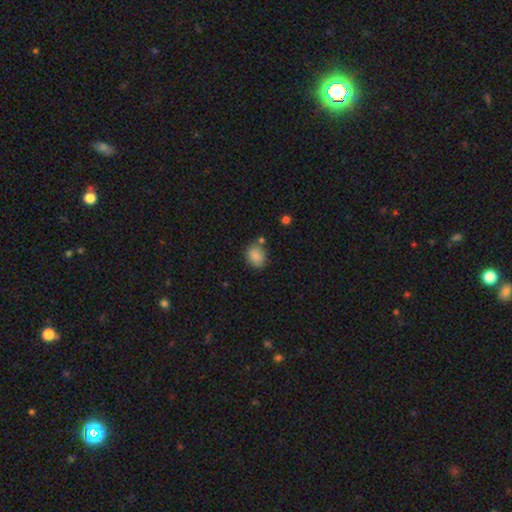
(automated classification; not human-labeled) The model was most divided on "how rounded": in between: 57%, round: 42%, cigar-shaped: 1%. More confident: smooth or featured — smooth (86%); merging — none (70%).